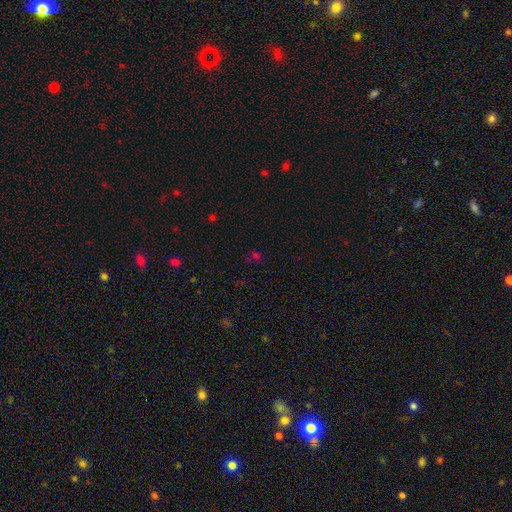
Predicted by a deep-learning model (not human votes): star or artifact 52%, smooth 40%, featured or disk 9%.